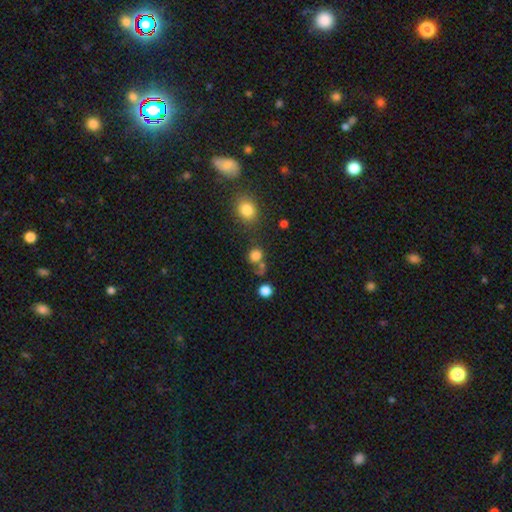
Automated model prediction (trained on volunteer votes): smooth-or-featured: smooth: 79% | star or artifact: 14% | featured or disk: 7%
  how-rounded: round: 81% | in between: 18% | cigar-shaped: 1%
  merging: none: 57% | merger: 22% | minor disturbance: 13% | major disturbance: 8%